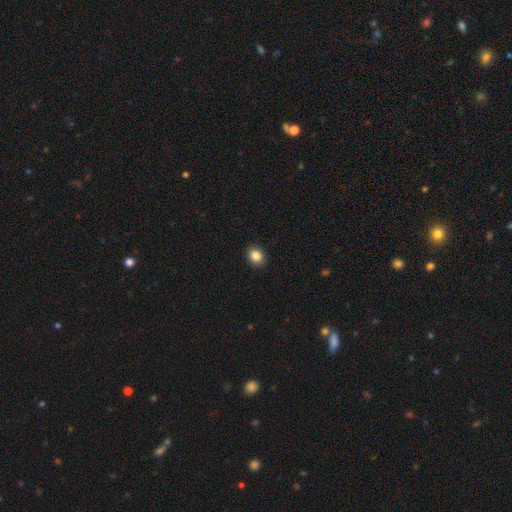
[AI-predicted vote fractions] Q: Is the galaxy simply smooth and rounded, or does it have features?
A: smooth — 86%.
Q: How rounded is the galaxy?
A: round — 55%.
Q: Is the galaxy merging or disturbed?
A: none — 91%.